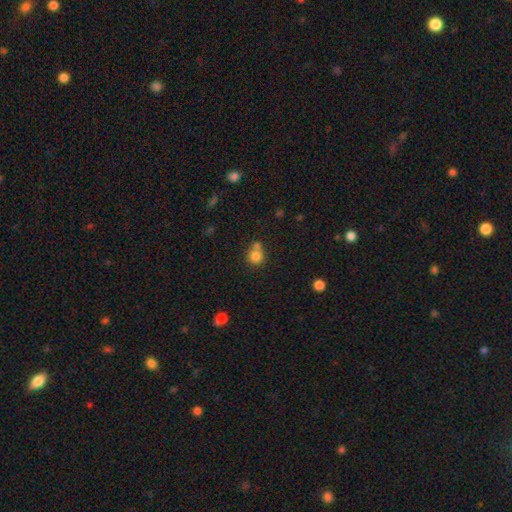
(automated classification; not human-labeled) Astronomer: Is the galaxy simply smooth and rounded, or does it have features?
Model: smooth — 81%.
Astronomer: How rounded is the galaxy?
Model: round — 88%.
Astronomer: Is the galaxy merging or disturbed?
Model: none — 53% (runner-up: merger, 34%).